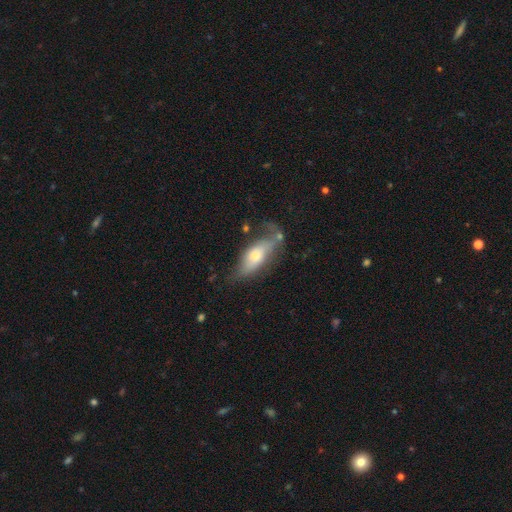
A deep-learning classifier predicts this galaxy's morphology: Smooth or featured? Predicted: smooth (p=0.49). Merging? Predicted: none (p=0.46).